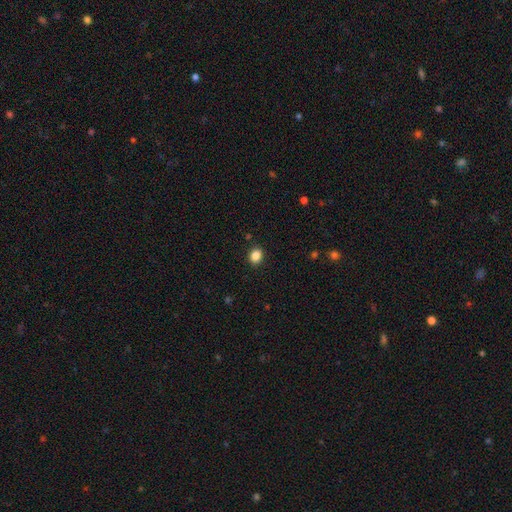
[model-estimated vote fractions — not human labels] smooth-or-featured: smooth: 85% | star or artifact: 11% | featured or disk: 4%
  how-rounded: round: 62% | in between: 37% | cigar-shaped: 1%
  merging: none: 90% | minor disturbance: 7% | major disturbance: 2% | merger: 1%